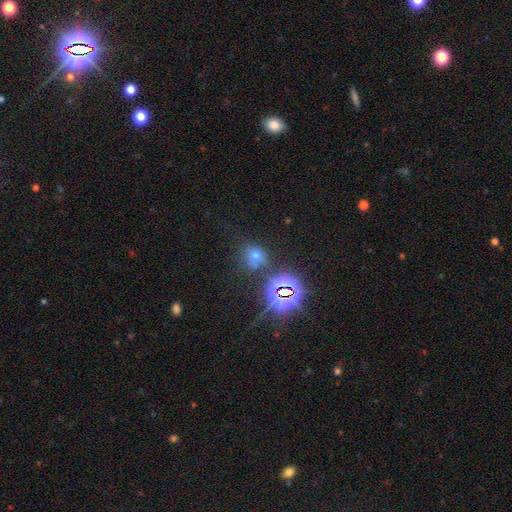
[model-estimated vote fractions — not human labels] Smooth or featured: smooth — 56% (star or artifact — 34%)
How rounded: round — 76% (in between — 23%)
Merging: none — 64% (merger — 15%)